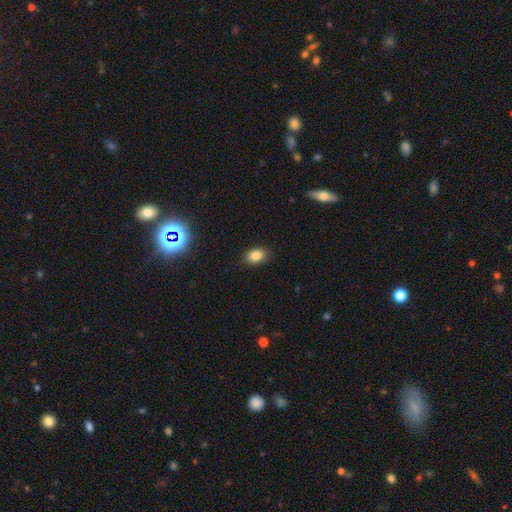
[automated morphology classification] Smooth or featured? Predicted: smooth (p=0.84). How rounded? Predicted: in between (p=0.84). Merging? Predicted: none (p=0.87).